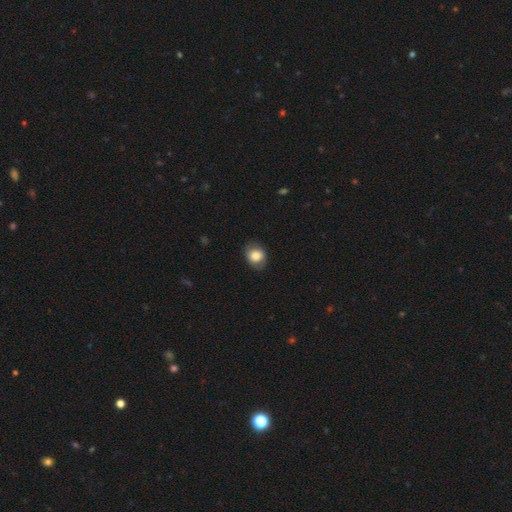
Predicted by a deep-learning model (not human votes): Smooth or featured?
  - smooth: 79% *
  - featured or disk: 12%
  - star or artifact: 8%
How rounded?
  - round: 54% *
  - in between: 45%
  - cigar-shaped: 1%
Merging?
  - none: 79% *
  - minor disturbance: 15%
  - major disturbance: 5%
  - merger: 1%